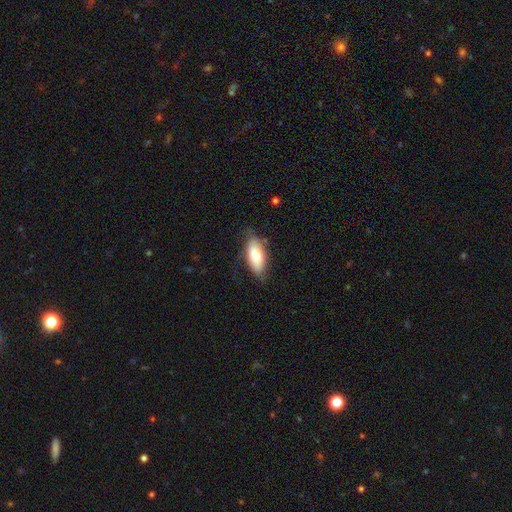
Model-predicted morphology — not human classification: Q: Smooth or featured?
A: smooth (79%); runner-up: featured or disk (15%)
Q: How rounded?
A: in between (84%); runner-up: cigar-shaped (14%)
Q: Merging?
A: none (68%); runner-up: minor disturbance (24%)